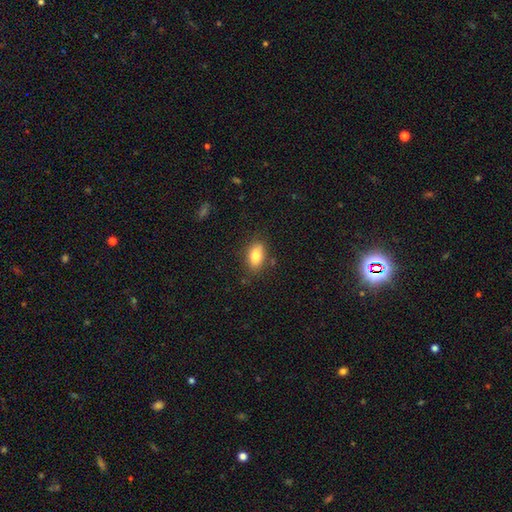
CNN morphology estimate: Smooth or featured? Predicted: smooth (p=0.82). How rounded? Predicted: in between (p=0.88). Merging? Predicted: none (p=0.81).